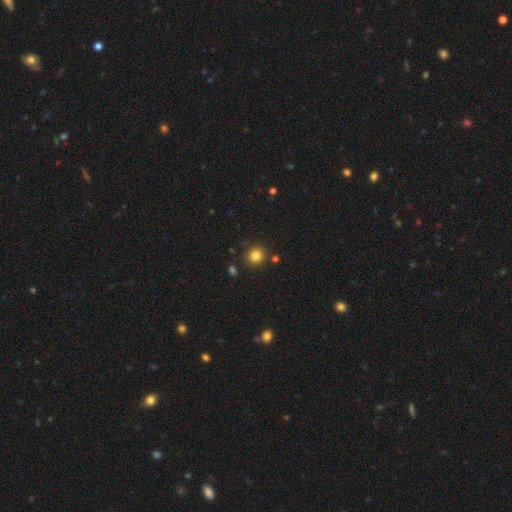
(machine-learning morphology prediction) Smooth or featured: smooth — 82% (star or artifact — 12%)
How rounded: round — 85% (in between — 14%)
Merging: none — 86% (minor disturbance — 8%)